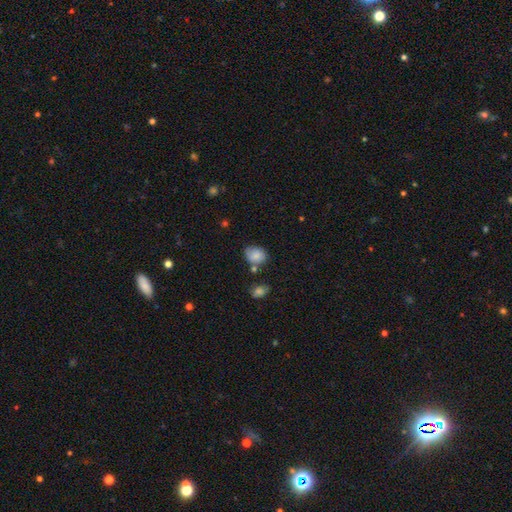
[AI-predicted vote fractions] Smooth or featured? Predicted: smooth (p=0.75). How rounded? Predicted: in between (p=0.50). Merging? Predicted: none (p=0.56).